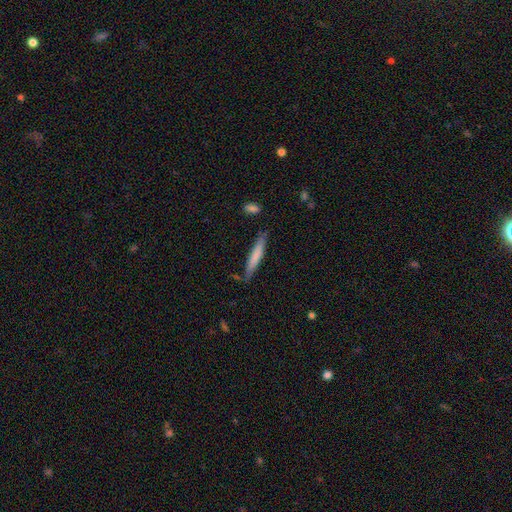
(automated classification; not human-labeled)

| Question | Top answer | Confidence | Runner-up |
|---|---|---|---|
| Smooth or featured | smooth | 70% | featured or disk (25%) |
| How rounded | cigar-shaped | 93% | in between (6%) |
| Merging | none | 81% | minor disturbance (14%) |